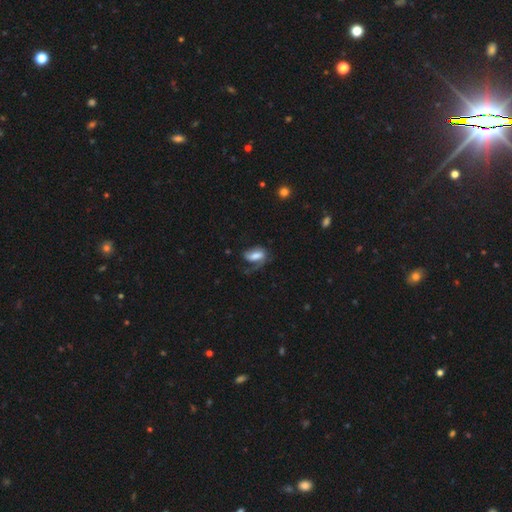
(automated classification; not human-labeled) A smooth galaxy with no disk features (55%) that is in between round and cigar-shaped (86%). Merging: none (40%).